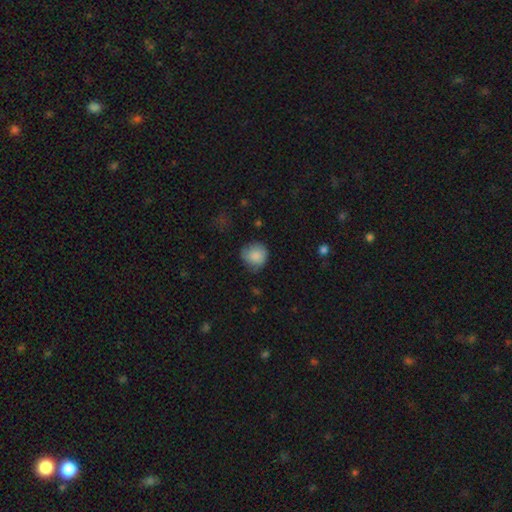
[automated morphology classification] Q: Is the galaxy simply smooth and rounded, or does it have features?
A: smooth — 84%.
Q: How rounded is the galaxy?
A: round — 87%.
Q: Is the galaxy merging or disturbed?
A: none — 65%.